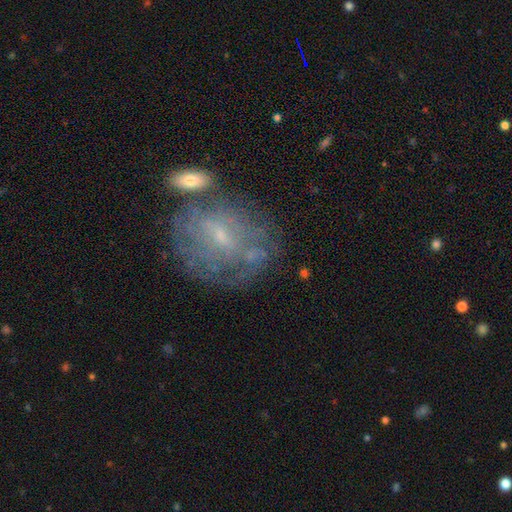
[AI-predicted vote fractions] Smooth or featured? Predicted: featured or disk (p=0.64). Edge-on disk? Predicted: no (p=0.95). Bar? Predicted: weak (p=0.45, tied with no). Spiral arms? Predicted: yes (p=0.55). Bulge size? Predicted: small (p=0.71). Merging? Predicted: none (p=0.57).